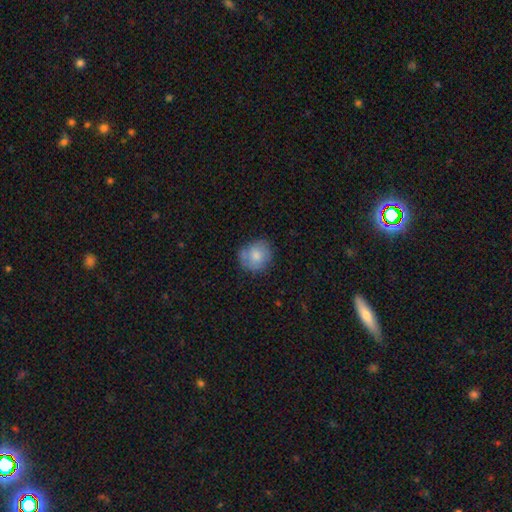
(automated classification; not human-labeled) This is likely a smooth galaxy (76%). How rounded: likely round (77%). Merging: likely none (68%).